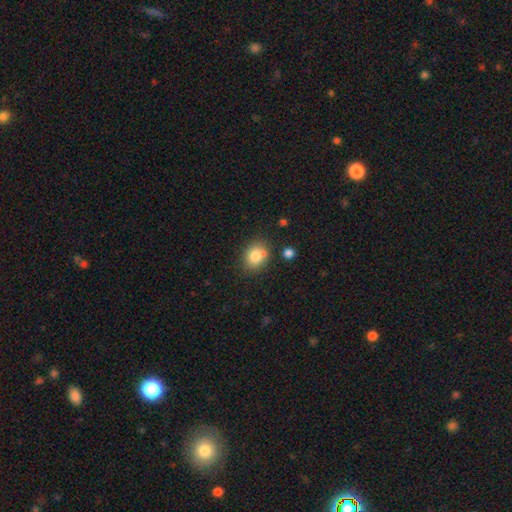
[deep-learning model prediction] Smooth or featured? Predicted: smooth (p=0.81). How rounded? Predicted: round (p=0.56). Merging? Predicted: none (p=0.67).